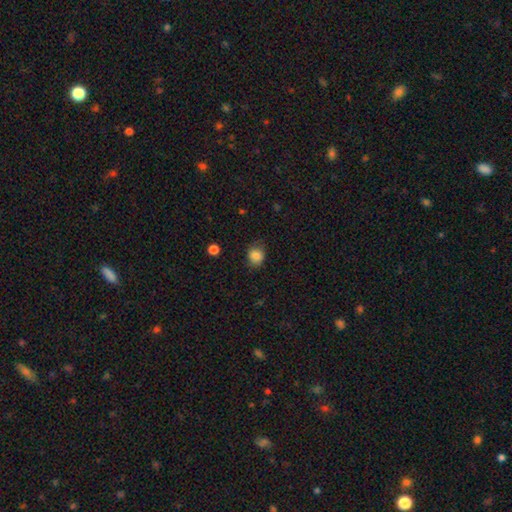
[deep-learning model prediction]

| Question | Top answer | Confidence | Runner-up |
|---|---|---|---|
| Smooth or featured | smooth | 84% | star or artifact (10%) |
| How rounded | round | 69% | in between (30%) |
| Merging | none | 76% | minor disturbance (18%) |